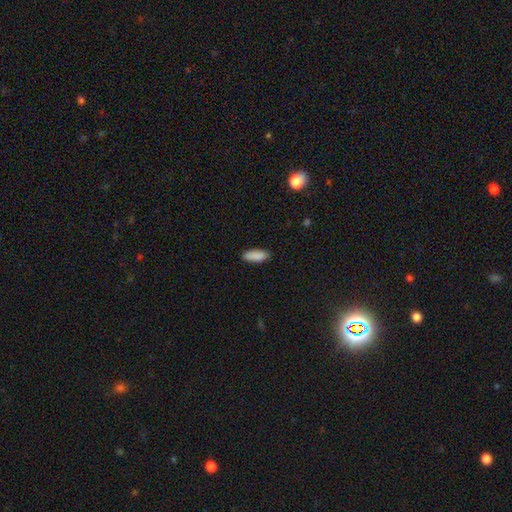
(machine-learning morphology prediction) Smooth or featured? Predicted: smooth (p=0.89). How rounded? Predicted: in between (p=0.73). Merging? Predicted: none (p=0.87).